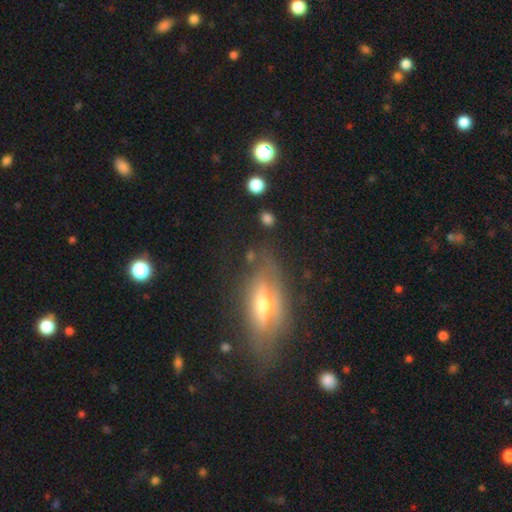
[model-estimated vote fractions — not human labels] smooth_or_featured: featured or disk (p=0.65) [alt: smooth p=0.25]
disk_edge_on: yes (p=0.63) [alt: no p=0.37]
merging: none (p=0.71) [alt: minor disturbance p=0.19]